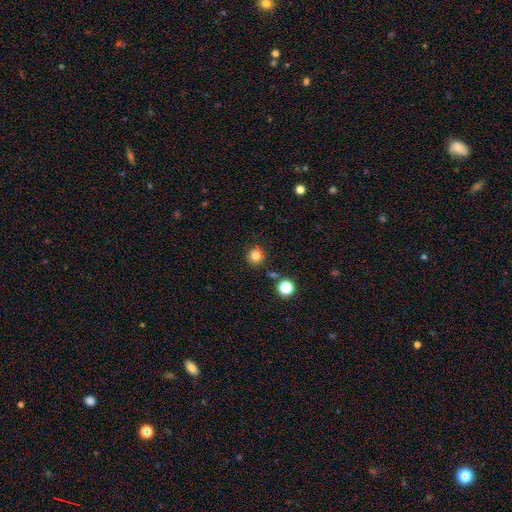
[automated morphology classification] This is likely a smooth galaxy (79%). How rounded: clearly round (93%). Merging: clearly none (83%).